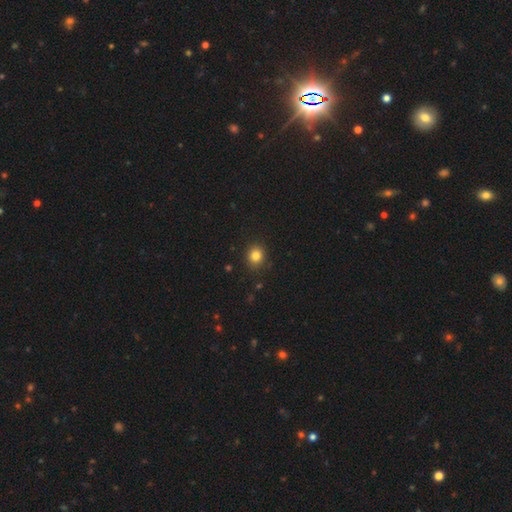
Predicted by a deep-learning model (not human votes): A smooth galaxy with no disk features (82%) that is round (78%). Merging: none (89%).